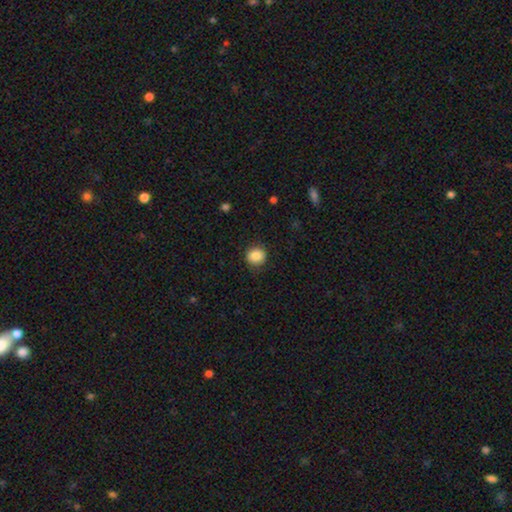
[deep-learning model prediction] smooth_or_featured: smooth (p=0.87) [alt: star or artifact p=0.09]
how_rounded: round (p=0.85) [alt: in between p=0.14]
merging: none (p=0.86) [alt: minor disturbance p=0.10]